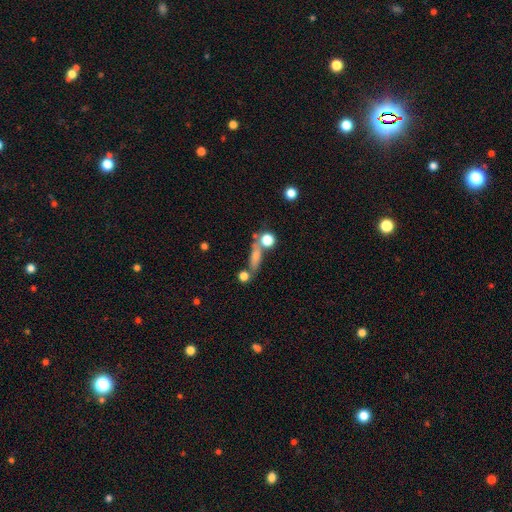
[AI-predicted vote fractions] A smooth galaxy with no disk features (64%) that is cigar-shaped (49%). Merging: none (59%).